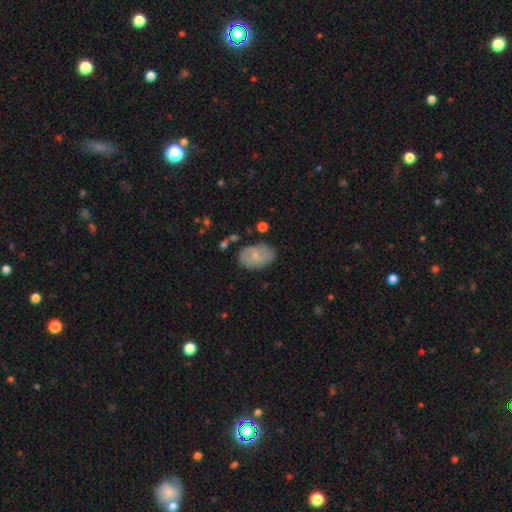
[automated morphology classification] This is possibly a smooth galaxy (47%). Merging: likely none (74%).